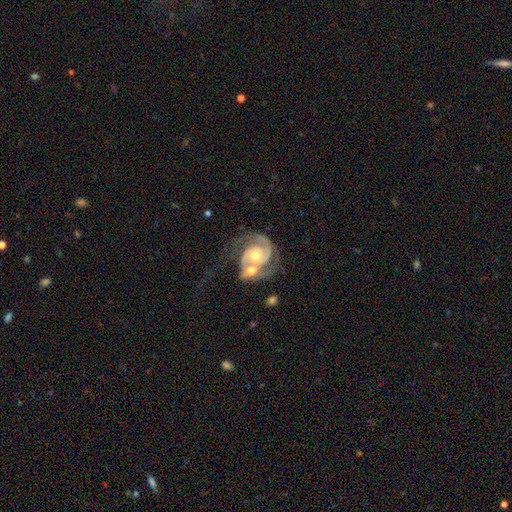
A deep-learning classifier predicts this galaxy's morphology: type=featured or disk (91%); edge-on=no (98%); bar=no (67%); spiral arms=yes (98%); winding=medium (46%); arm count=2 (85%); bulge=moderate (61%); merging=merger (45%).